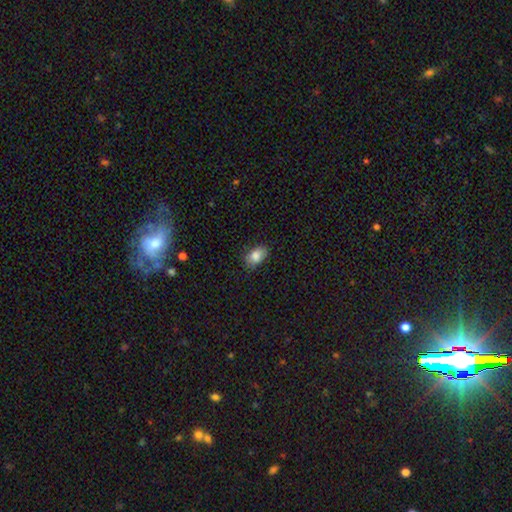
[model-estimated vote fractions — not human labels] Smooth or featured? smooth (84%)
How rounded? in between (87%)
Merging? none (79%)